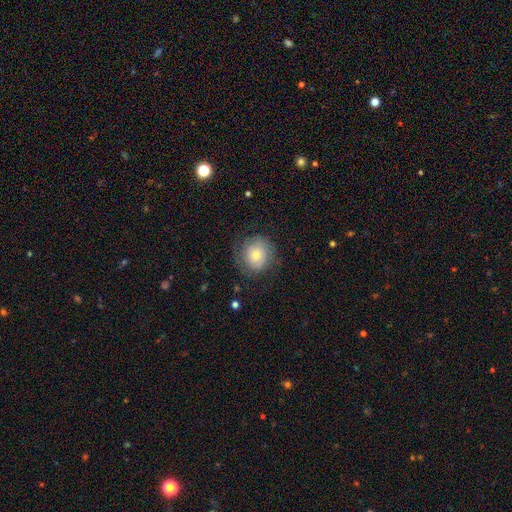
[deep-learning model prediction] A smooth galaxy with no disk features (58%) that is round (86%). Merging: none (71%).